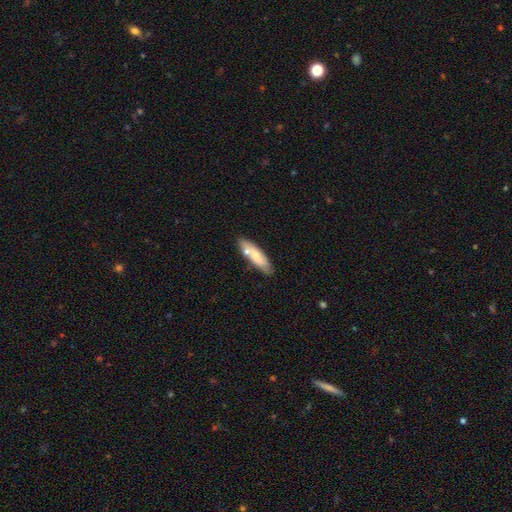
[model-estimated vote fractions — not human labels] A smooth galaxy with no disk features (69%) that is cigar-shaped (55%). Merging: none (69%).